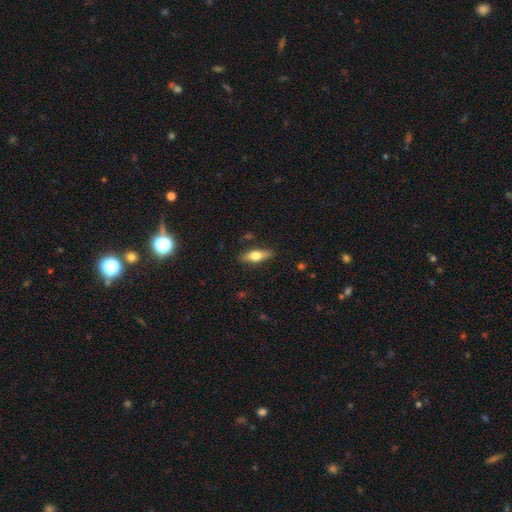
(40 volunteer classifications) smooth_or_featured: smooth (p=0.55) [alt: featured or disk p=0.45]
how_rounded: in between (p=0.55) [alt: cigar-shaped p=0.41]
merging: none (p=0.90) [alt: minor disturbance p=0.05]